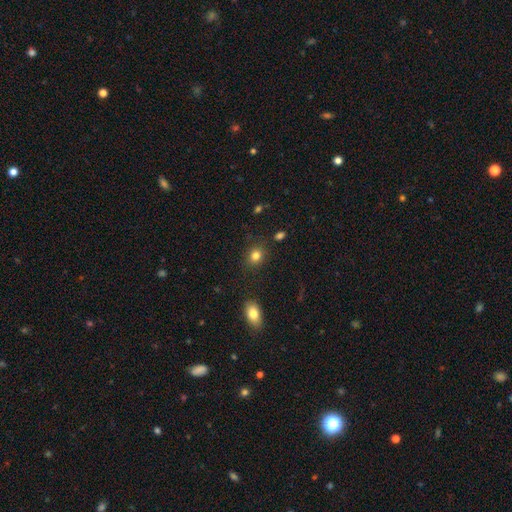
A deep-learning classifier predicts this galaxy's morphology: This is clearly a smooth galaxy (83%). How rounded: likely round (65%). Merging: clearly none (85%).